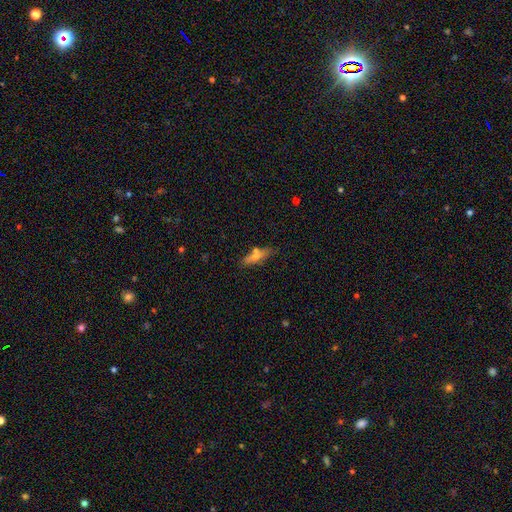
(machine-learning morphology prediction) This is likely a smooth galaxy (61%). How rounded: possibly cigar-shaped (50%). Merging: likely none (68%).